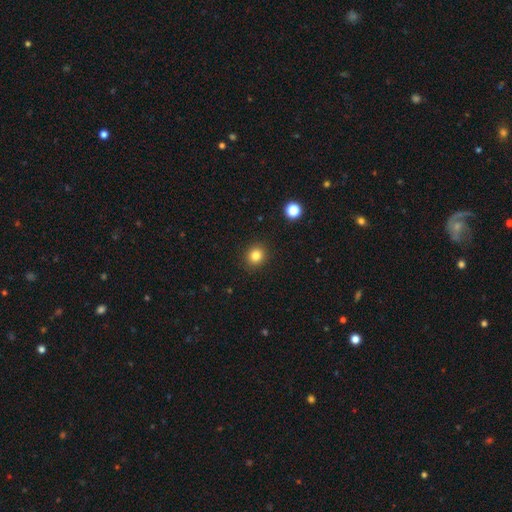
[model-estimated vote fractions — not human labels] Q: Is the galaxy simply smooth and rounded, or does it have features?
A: smooth — 83%.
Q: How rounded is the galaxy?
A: round — 82%.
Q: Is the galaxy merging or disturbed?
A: none — 91%.